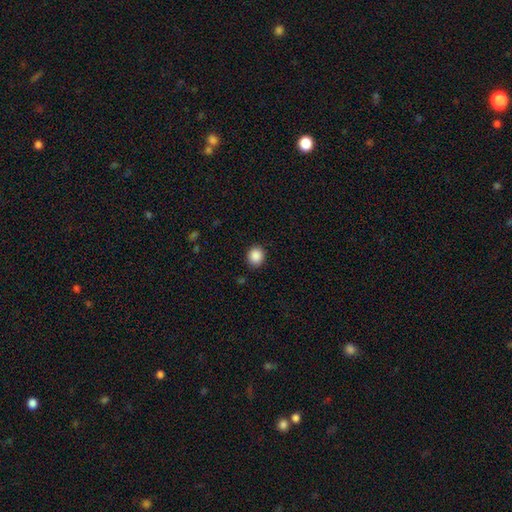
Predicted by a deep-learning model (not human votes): Smooth or featured?
  - smooth: 88% *
  - star or artifact: 9%
  - featured or disk: 3%
How rounded?
  - round: 77% *
  - in between: 22%
  - cigar-shaped: 1%
Merging?
  - none: 89% *
  - minor disturbance: 7%
  - major disturbance: 2%
  - merger: 1%